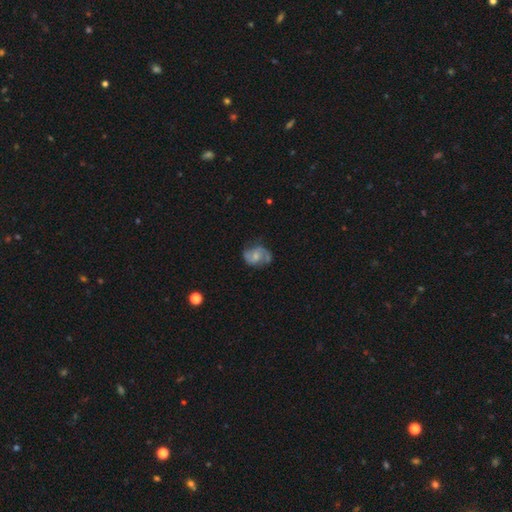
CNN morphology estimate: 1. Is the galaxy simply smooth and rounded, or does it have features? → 73% featured or disk, 20% smooth, 7% star or artifact.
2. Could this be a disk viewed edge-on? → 98% no, 2% yes.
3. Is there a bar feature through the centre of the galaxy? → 54% no, 39% weak, 7% strong.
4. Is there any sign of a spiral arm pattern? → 92% yes, 8% no.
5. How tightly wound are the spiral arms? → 50% medium, 28% loose, 22% tight.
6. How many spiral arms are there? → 85% 2, 7% can't tell, 4% 1, 2% 3, 1% 4, 1% more than 4.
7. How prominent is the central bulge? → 47% small, 40% moderate, 9% none, 3% large, 1% dominant.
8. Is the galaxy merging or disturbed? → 63% none, 23% minor disturbance, 11% major disturbance, 3% merger.